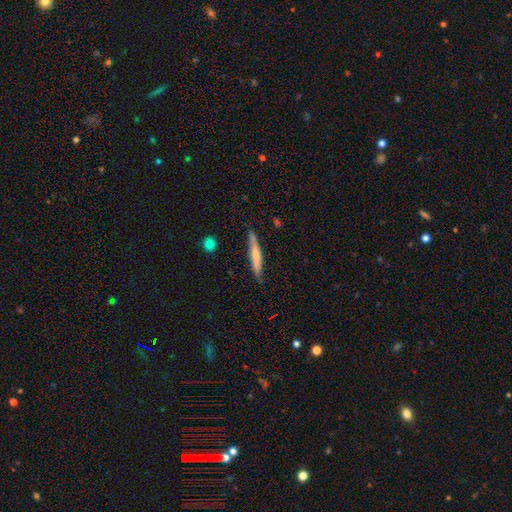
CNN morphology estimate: A smooth galaxy with no disk features (60%) that is cigar-shaped (93%). Merging: none (82%).